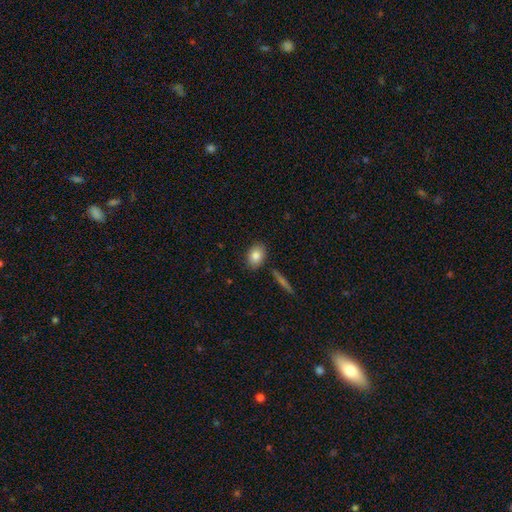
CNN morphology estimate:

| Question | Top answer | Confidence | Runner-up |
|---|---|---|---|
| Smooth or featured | smooth | 85% | featured or disk (8%) |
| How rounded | in between | 78% | round (20%) |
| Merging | none | 83% | minor disturbance (11%) |